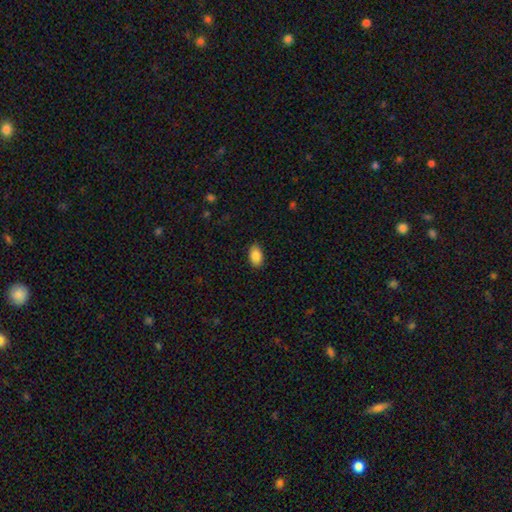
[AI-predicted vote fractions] The model was most divided on "merging": none: 87%, minor disturbance: 10%, major disturbance: 2%, merger: 1%. More confident: how rounded — in between (91%); smooth or featured — smooth (88%).